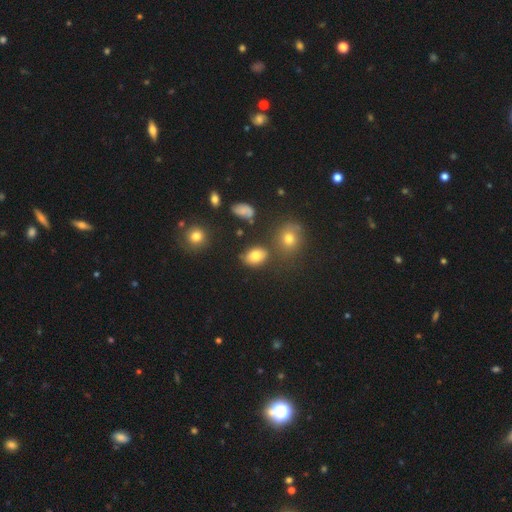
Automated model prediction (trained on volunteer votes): smooth 78%, star or artifact 12%, featured or disk 9%. Down the decision tree: how rounded — in between (73%); merging — none (72%).